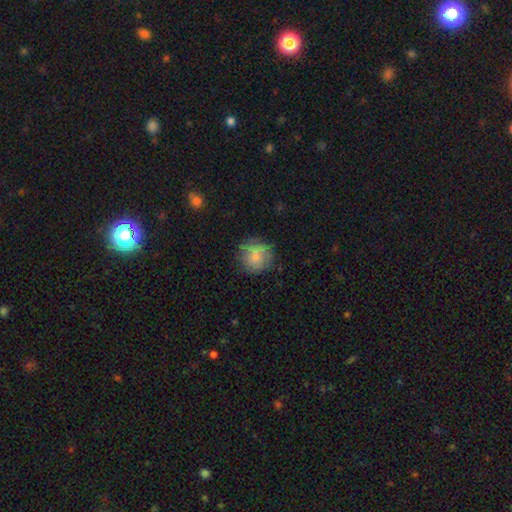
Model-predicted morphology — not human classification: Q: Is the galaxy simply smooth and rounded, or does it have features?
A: smooth — 75%.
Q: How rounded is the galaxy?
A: round — 92%.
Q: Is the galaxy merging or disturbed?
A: none — 74%.